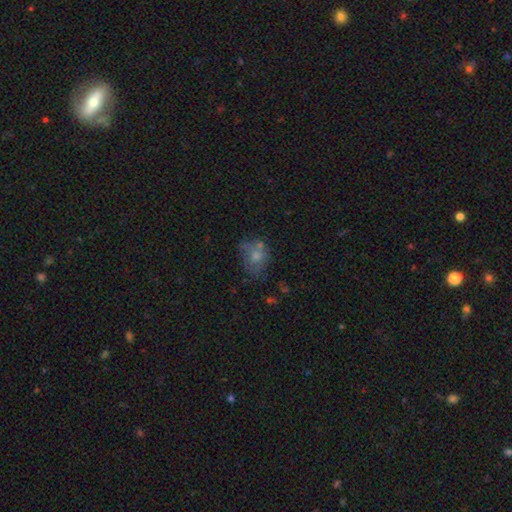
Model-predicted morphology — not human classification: type=smooth (57%); roundness=round (50%); merging=none (49%).